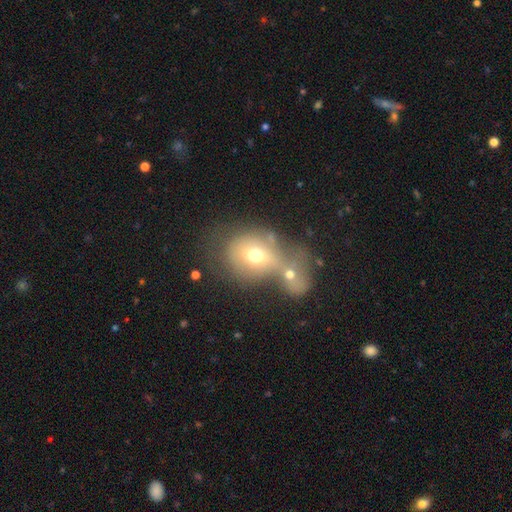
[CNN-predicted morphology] A smooth galaxy with no disk features (61%) that is round (58%). Merging: merger (61%).